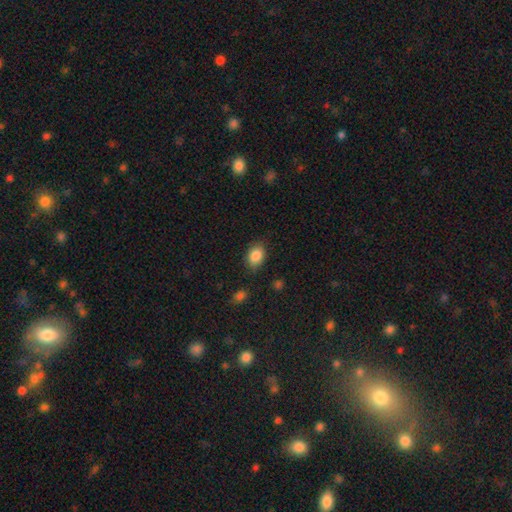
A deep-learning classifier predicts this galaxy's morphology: The model was most divided on "how rounded": in between: 78%, round: 21%, cigar-shaped: 1%. More confident: smooth or featured — smooth (87%); merging — none (79%).